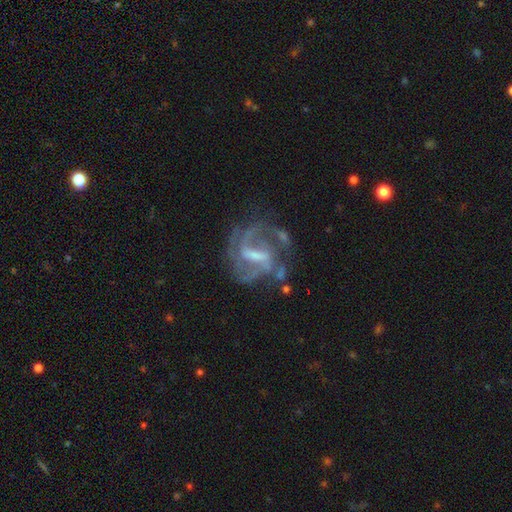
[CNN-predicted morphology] Overall: featured or disk (86%). Edge-on disk: no (97%). Bar: strong (47%; weak 42%). Spiral arms: yes (91%). Spiral arm count: 2 (43%; 3 21%). Spiral winding: medium (50%; tight 29%). Bulge size: small (36%; moderate 35%). Merging: none (55%; major disturbance 21%).